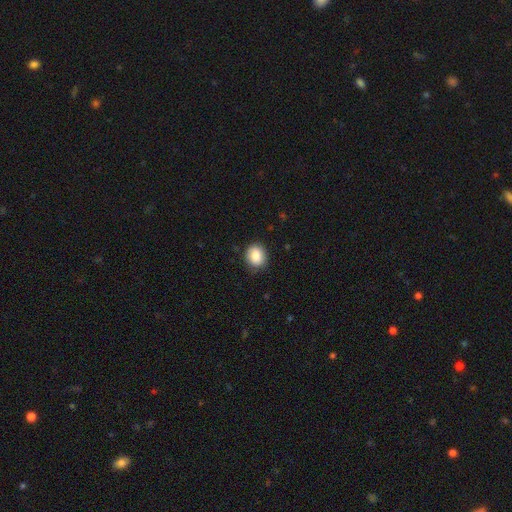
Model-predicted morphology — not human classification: smooth_or_featured: smooth (p=0.87) [alt: star or artifact p=0.08]
how_rounded: round (p=0.61) [alt: in between p=0.38]
merging: none (p=0.83) [alt: minor disturbance p=0.13]